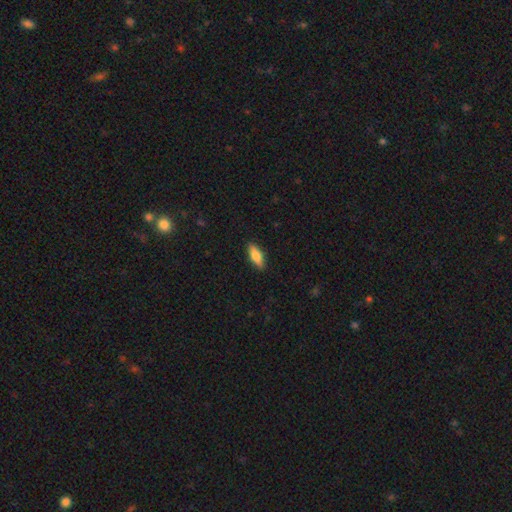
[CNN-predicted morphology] Smooth or featured?
  - smooth: 72% *
  - featured or disk: 22%
  - star or artifact: 6%
How rounded?
  - in between: 64% *
  - cigar-shaped: 33%
  - round: 2%
Merging?
  - none: 89% *
  - minor disturbance: 8%
  - major disturbance: 2%
  - merger: 1%